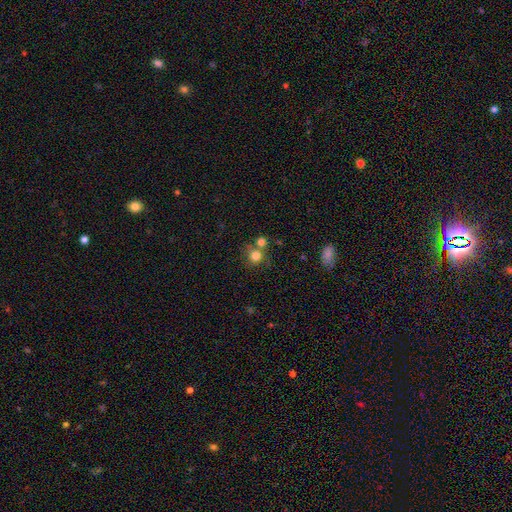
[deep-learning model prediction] Smooth or featured? smooth (79%)
How rounded? round (89%)
Merging? none (58%)